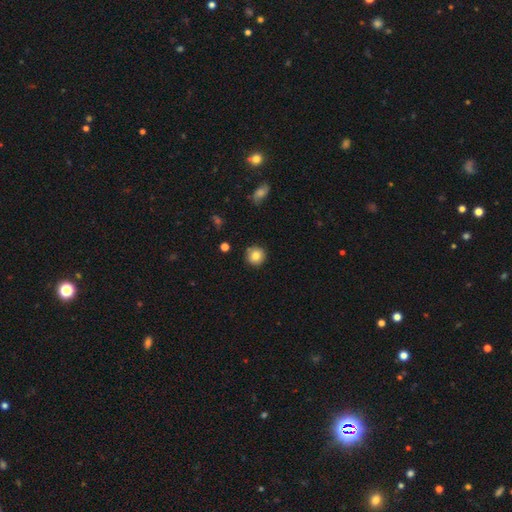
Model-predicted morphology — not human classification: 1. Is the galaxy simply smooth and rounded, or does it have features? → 82% smooth, 10% star or artifact, 8% featured or disk.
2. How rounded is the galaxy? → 94% round, 5% in between, 1% cigar-shaped.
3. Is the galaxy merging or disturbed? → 89% none, 8% minor disturbance, 2% major disturbance, 2% merger.